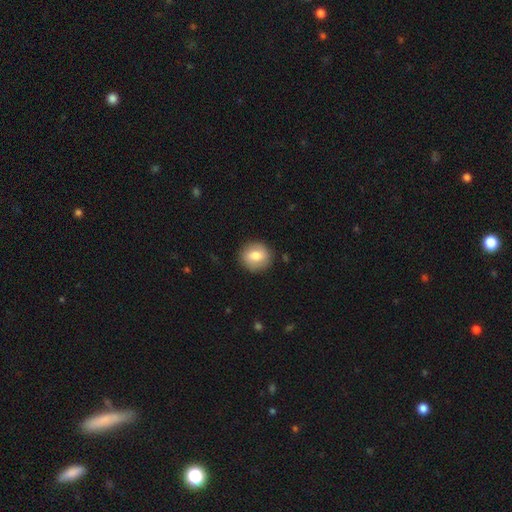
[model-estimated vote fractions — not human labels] Smooth or featured: smooth — 75% (featured or disk — 18%)
How rounded: round — 82% (in between — 17%)
Merging: none — 87% (minor disturbance — 9%)